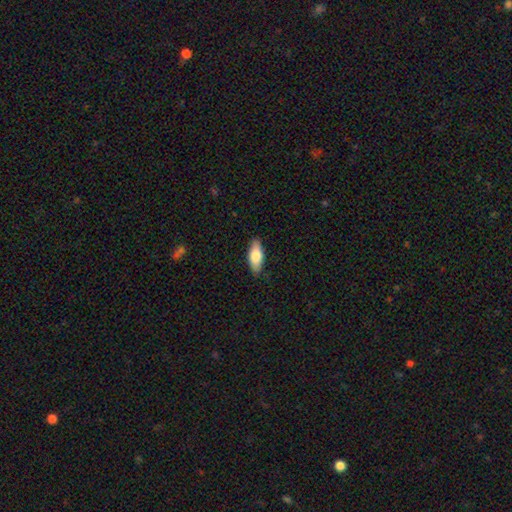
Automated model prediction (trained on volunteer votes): Smooth or featured: smooth — 77% (featured or disk — 17%)
How rounded: in between — 78% (cigar-shaped — 20%)
Merging: none — 86% (minor disturbance — 11%)